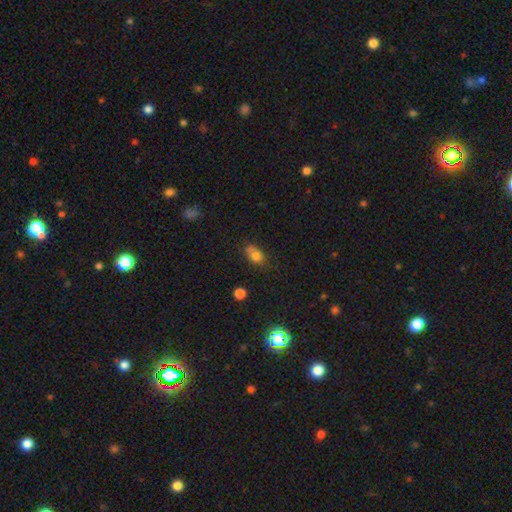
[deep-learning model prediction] Overall: smooth (75%). How rounded: in between (68%; round 29%). Merging: none (52%; minor disturbance 27%).